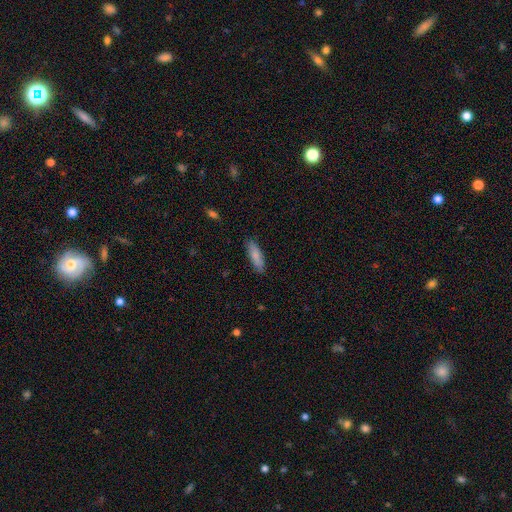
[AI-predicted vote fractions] Smooth or featured? Predicted: smooth (p=0.83). How rounded? Predicted: cigar-shaped (p=0.52). Merging? Predicted: none (p=0.86).